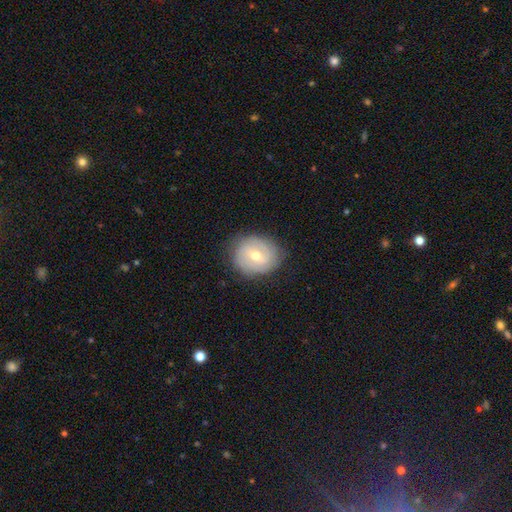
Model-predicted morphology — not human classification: featured or disk 55%, smooth 37%, star or artifact 8%. Down the decision tree: edge-on disk — no (96%); bar — weak (50%); spiral arms — yes (68%); bulge size — moderate (64%); merging — none (80%).